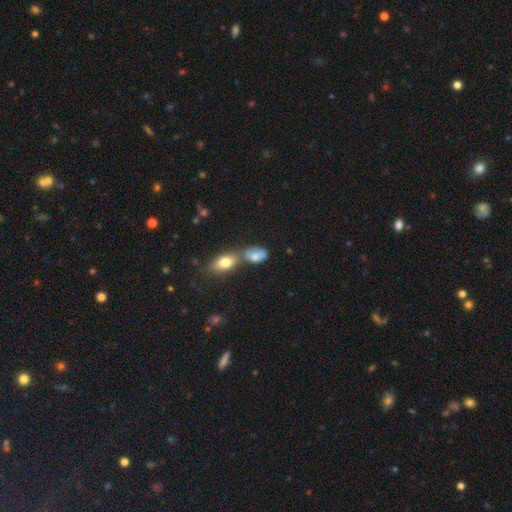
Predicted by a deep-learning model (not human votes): smooth 70%, featured or disk 20%, star or artifact 11%. Down the decision tree: how rounded — in between (87%); merging — merger (43%).